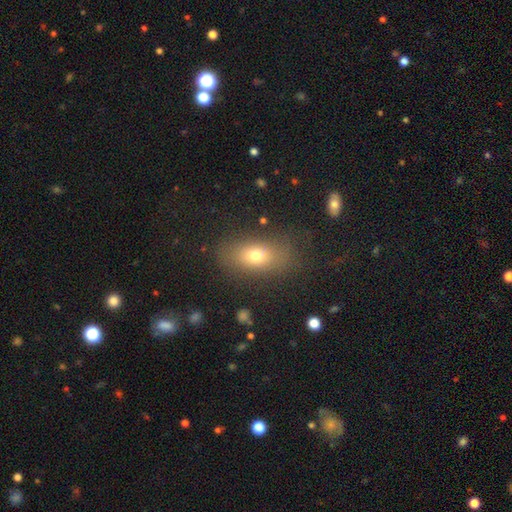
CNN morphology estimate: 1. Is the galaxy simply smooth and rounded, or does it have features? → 70% smooth, 17% featured or disk, 13% star or artifact.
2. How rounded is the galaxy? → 79% in between, 15% round, 6% cigar-shaped.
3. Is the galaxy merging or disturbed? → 77% none, 14% minor disturbance, 7% major disturbance, 2% merger.